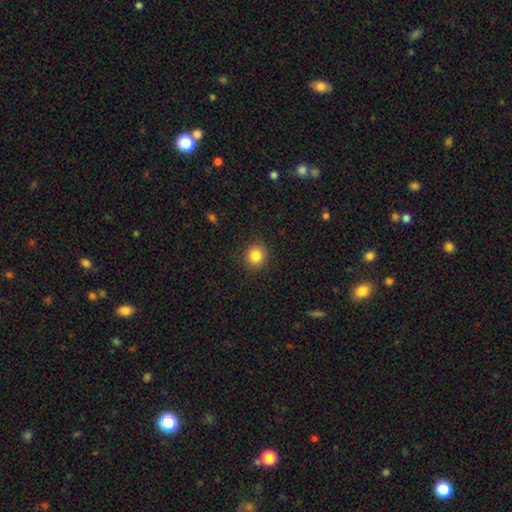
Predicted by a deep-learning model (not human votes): Smooth or featured?
  - smooth: 85% *
  - star or artifact: 10%
  - featured or disk: 5%
How rounded?
  - round: 91% *
  - in between: 8%
  - cigar-shaped: 1%
Merging?
  - none: 91% *
  - minor disturbance: 6%
  - major disturbance: 2%
  - merger: 1%